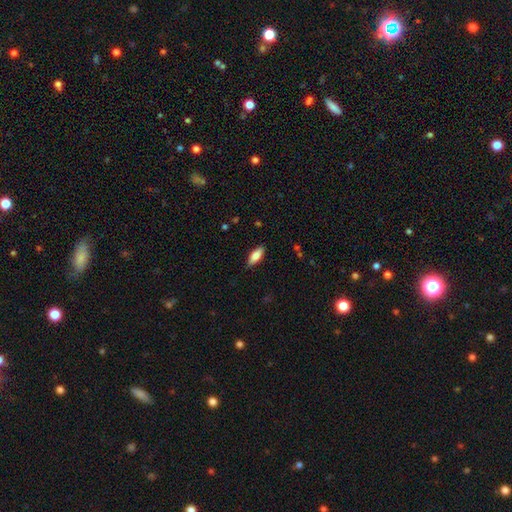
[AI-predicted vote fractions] The model was most divided on "how rounded": in between: 77%, cigar-shaped: 21%, round: 2%. More confident: merging — none (86%); smooth or featured — smooth (77%).